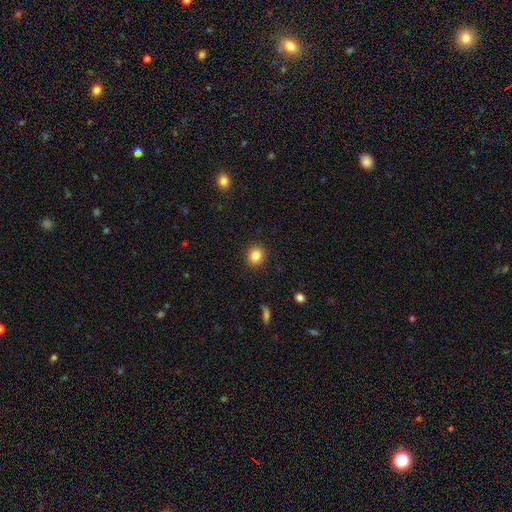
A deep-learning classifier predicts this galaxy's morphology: This is clearly a smooth galaxy (84%). How rounded: likely round (80%). Merging: clearly none (91%).